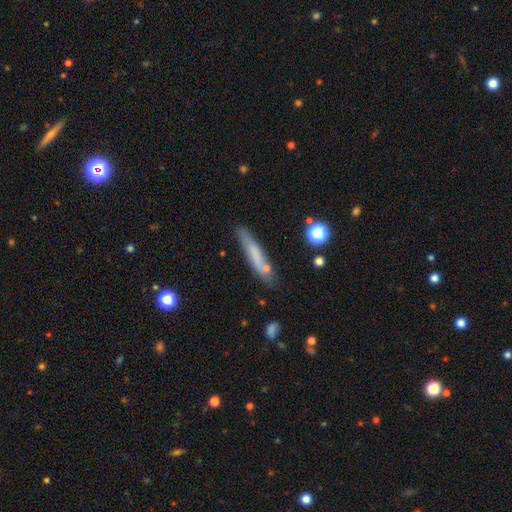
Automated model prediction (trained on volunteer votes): Smooth or featured: smooth — 64% (featured or disk — 27%)
How rounded: cigar-shaped — 89% (in between — 9%)
Merging: none — 73% (minor disturbance — 17%)